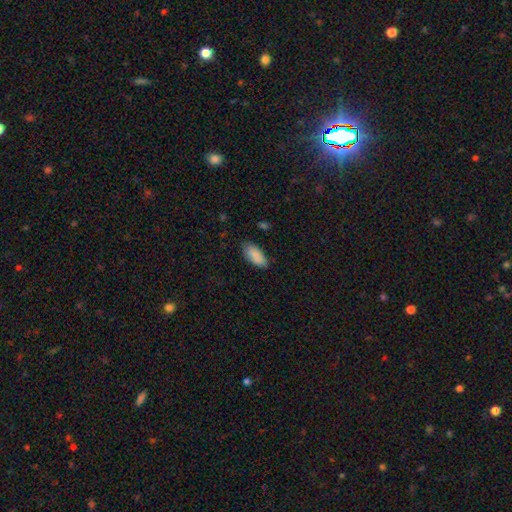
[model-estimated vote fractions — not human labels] smooth-or-featured: smooth: 89% | star or artifact: 6% | featured or disk: 5%
  how-rounded: in between: 90% | cigar-shaped: 8% | round: 2%
  merging: none: 79% | minor disturbance: 17% | major disturbance: 3% | merger: 1%